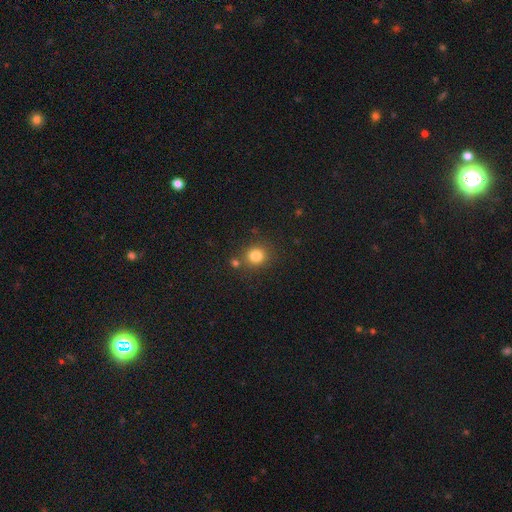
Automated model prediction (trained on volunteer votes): Smooth or featured?
  - smooth: 81% *
  - star or artifact: 13%
  - featured or disk: 6%
How rounded?
  - round: 87% *
  - in between: 12%
  - cigar-shaped: 1%
Merging?
  - none: 78% *
  - merger: 10%
  - minor disturbance: 9%
  - major disturbance: 3%